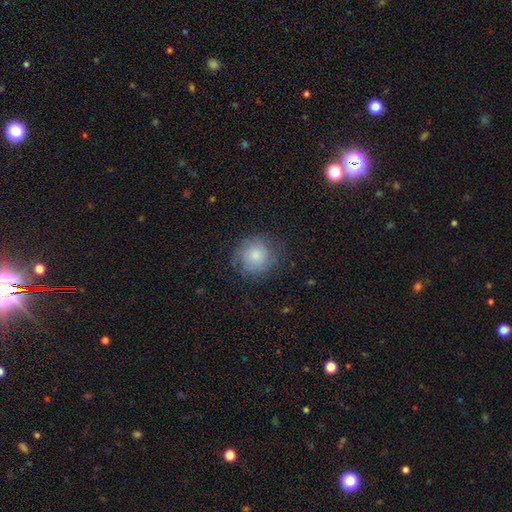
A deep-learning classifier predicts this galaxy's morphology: type=smooth (75%); roundness=round (91%); merging=none (73%).